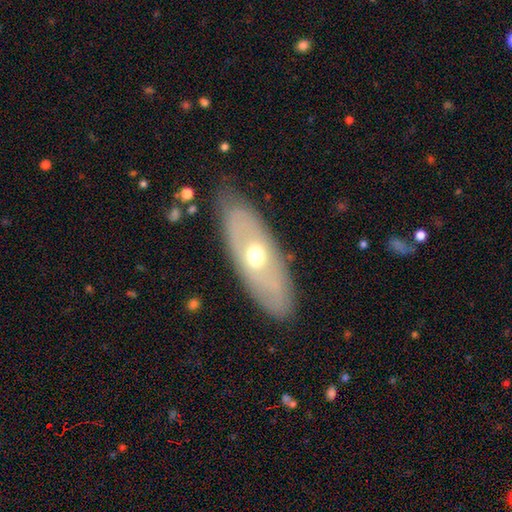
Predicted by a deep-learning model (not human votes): Smooth or featured? featured or disk (54%)
Edge-on disk? no (74%)
Merging? none (81%)